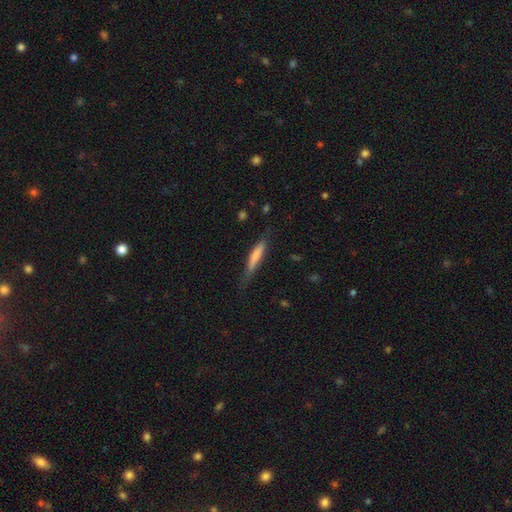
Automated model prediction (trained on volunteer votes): Smooth or featured?
  - smooth: 71% *
  - featured or disk: 23%
  - star or artifact: 6%
How rounded?
  - cigar-shaped: 89% *
  - in between: 10%
  - round: 1%
Merging?
  - none: 61% *
  - minor disturbance: 29%
  - major disturbance: 8%
  - merger: 2%